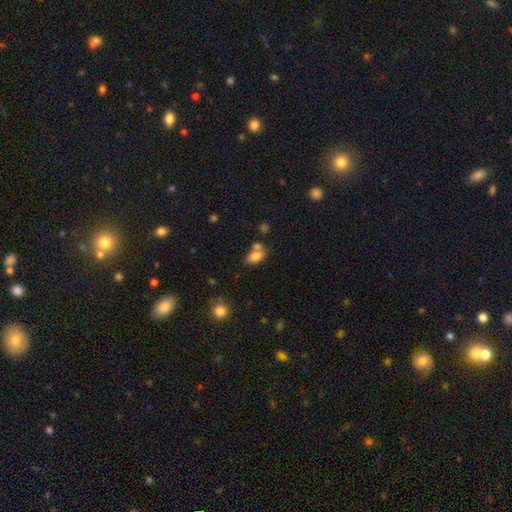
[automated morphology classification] smooth_or_featured: smooth (p=0.80) [alt: featured or disk p=0.10]
how_rounded: in between (p=0.87) [alt: round p=0.10]
merging: none (p=0.46) [alt: merger p=0.34]